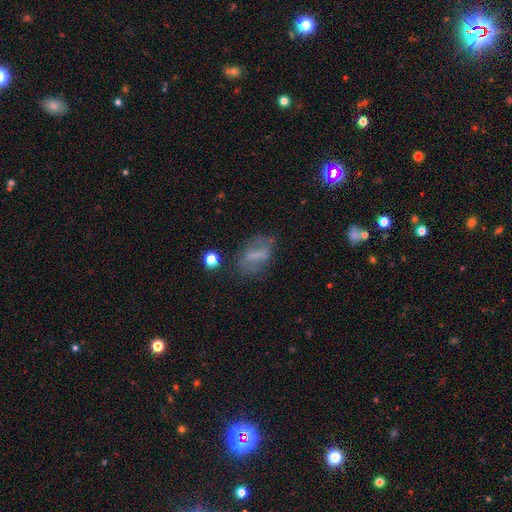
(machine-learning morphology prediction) Smooth or featured: smooth — 49% (featured or disk — 38%)
Merging: none — 60% (minor disturbance — 21%)